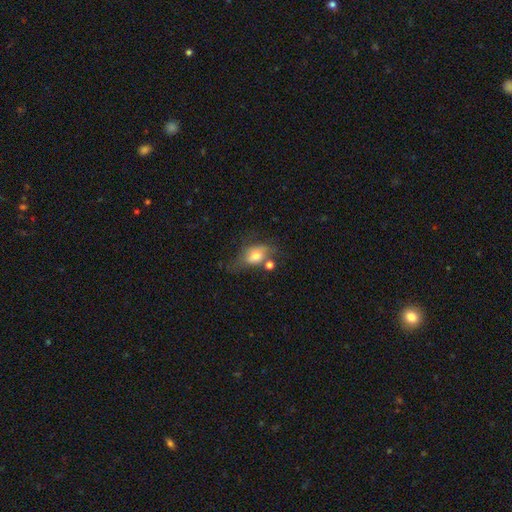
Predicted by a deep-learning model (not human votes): smooth 67%, featured or disk 23%, star or artifact 10%. Down the decision tree: how rounded — in between (76%); merging — none (40%).